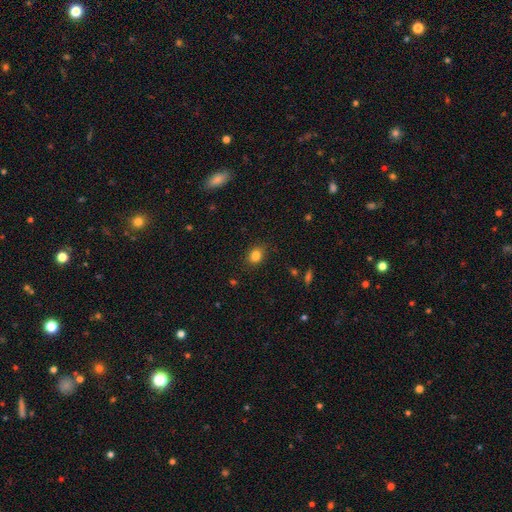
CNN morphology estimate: A smooth galaxy with no disk features (84%) that is in between round and cigar-shaped (52%).

Vote fractions:
- Smooth or featured? smooth: 84% / star or artifact: 11% / featured or disk: 5%
- How rounded? in between: 52% / round: 47% / cigar-shaped: 1%
- Merging? none: 84% / minor disturbance: 12% / major disturbance: 3% / merger: 1%